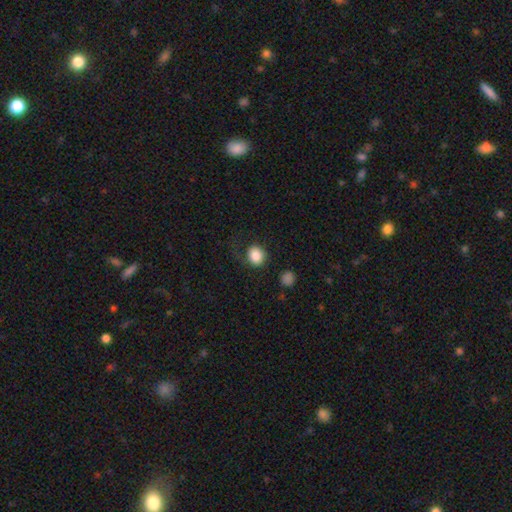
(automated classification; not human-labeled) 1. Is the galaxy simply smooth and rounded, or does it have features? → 85% smooth, 8% star or artifact, 7% featured or disk.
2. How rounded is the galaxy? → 72% round, 27% in between, 1% cigar-shaped.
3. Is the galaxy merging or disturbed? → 62% none, 19% minor disturbance, 16% major disturbance, 3% merger.